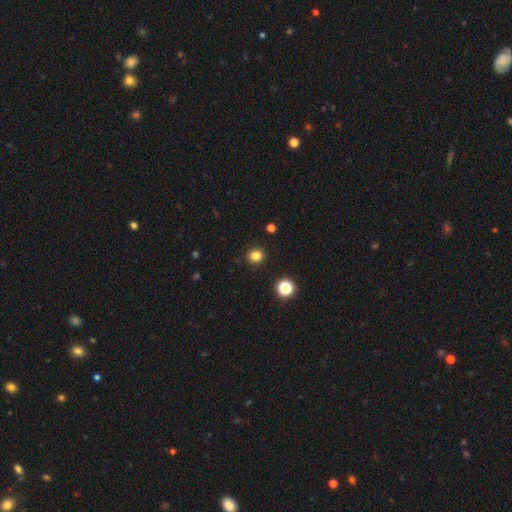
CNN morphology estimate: Q: Smooth or featured?
A: smooth (82%); runner-up: star or artifact (14%)
Q: How rounded?
A: round (89%); runner-up: in between (10%)
Q: Merging?
A: none (92%); runner-up: minor disturbance (5%)